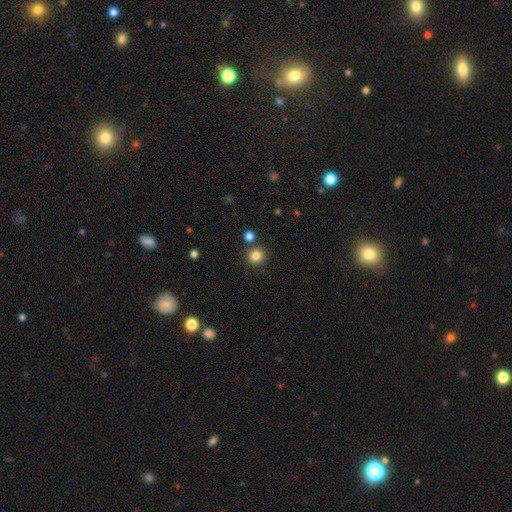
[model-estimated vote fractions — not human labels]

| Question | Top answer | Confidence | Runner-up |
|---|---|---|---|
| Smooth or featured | smooth | 83% | star or artifact (12%) |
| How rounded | round | 93% | in between (6%) |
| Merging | none | 85% | minor disturbance (7%) |